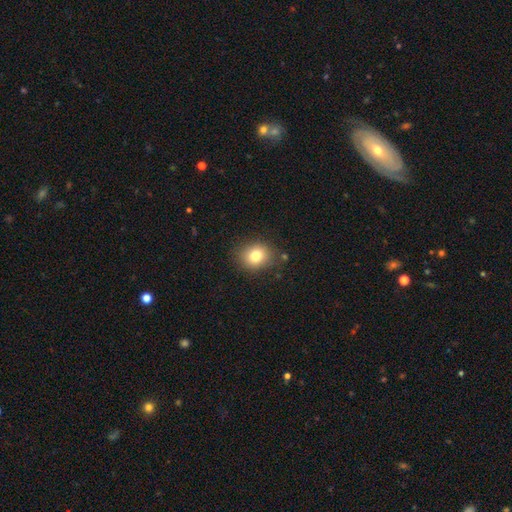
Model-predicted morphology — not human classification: Q: Smooth or featured?
A: smooth (80%); runner-up: star or artifact (11%)
Q: How rounded?
A: round (64%); runner-up: in between (35%)
Q: Merging?
A: none (83%); runner-up: minor disturbance (12%)